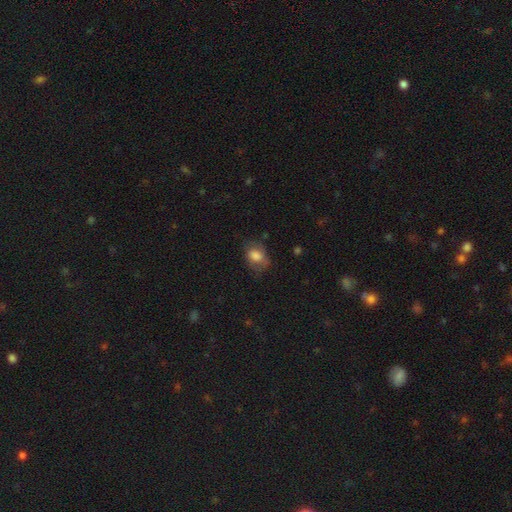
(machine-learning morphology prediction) Smooth or featured? smooth (73%)
How rounded? in between (72%)
Merging? none (50%)